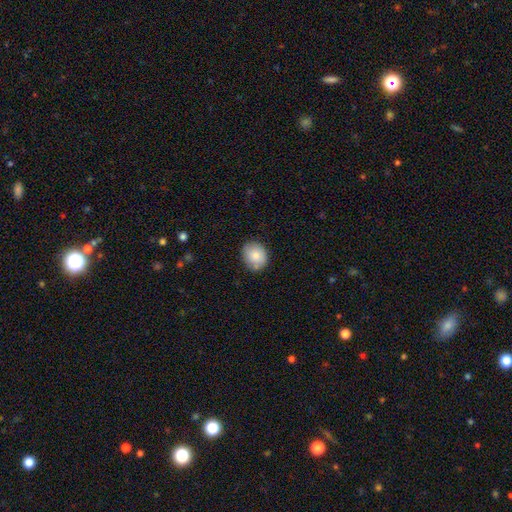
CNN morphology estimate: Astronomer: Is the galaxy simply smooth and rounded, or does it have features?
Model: smooth — 82%.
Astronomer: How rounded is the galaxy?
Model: round — 62%.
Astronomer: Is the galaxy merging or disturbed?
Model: none — 75%.